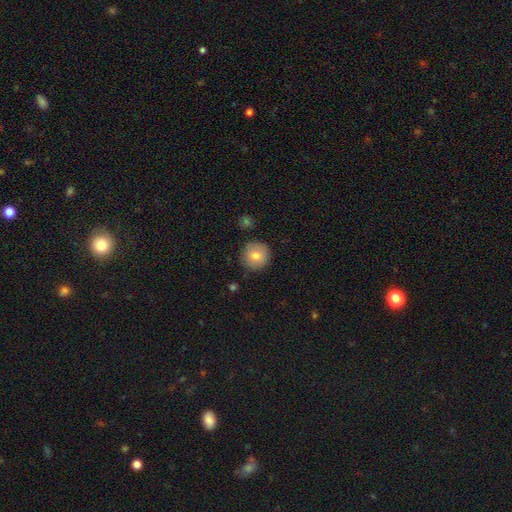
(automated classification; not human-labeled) smooth_or_featured: smooth (p=0.79) [alt: featured or disk p=0.13]
how_rounded: round (p=0.94) [alt: in between p=0.05]
merging: none (p=0.86) [alt: minor disturbance p=0.10]